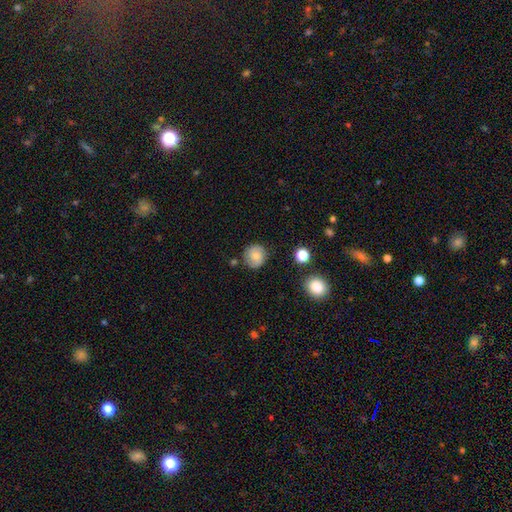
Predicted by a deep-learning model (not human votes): Smooth or featured? Predicted: smooth (p=0.65). How rounded? Predicted: round (p=0.87). Merging? Predicted: none (p=0.79).